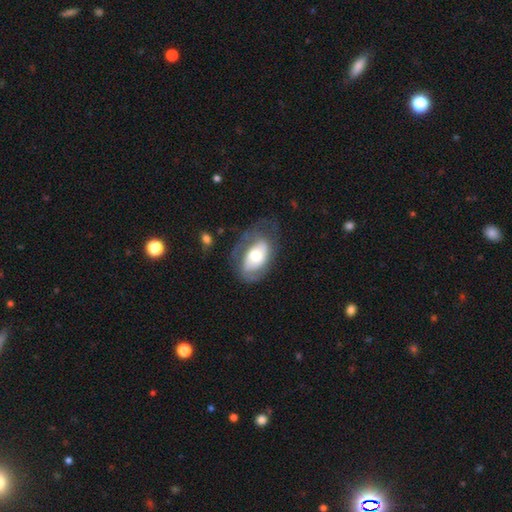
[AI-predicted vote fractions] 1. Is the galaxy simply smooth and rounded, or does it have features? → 55% featured or disk, 39% smooth, 6% star or artifact.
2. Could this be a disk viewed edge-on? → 93% no, 7% yes.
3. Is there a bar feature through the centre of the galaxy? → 63% no, 25% weak, 13% strong.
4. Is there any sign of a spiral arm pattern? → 61% yes, 39% no.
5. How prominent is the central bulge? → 56% moderate, 29% large, 10% small, 3% dominant, 1% none.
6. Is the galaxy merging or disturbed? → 49% none, 26% minor disturbance, 23% major disturbance, 2% merger.